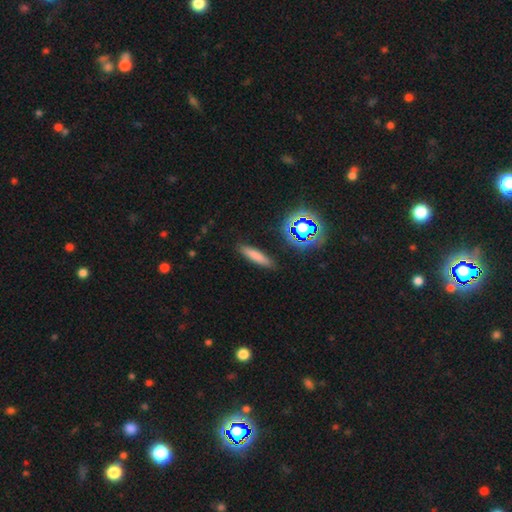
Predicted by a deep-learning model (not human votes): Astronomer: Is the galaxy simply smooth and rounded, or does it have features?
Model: smooth — 75%.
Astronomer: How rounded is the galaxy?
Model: cigar-shaped — 79%.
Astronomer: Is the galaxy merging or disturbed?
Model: none — 87%.